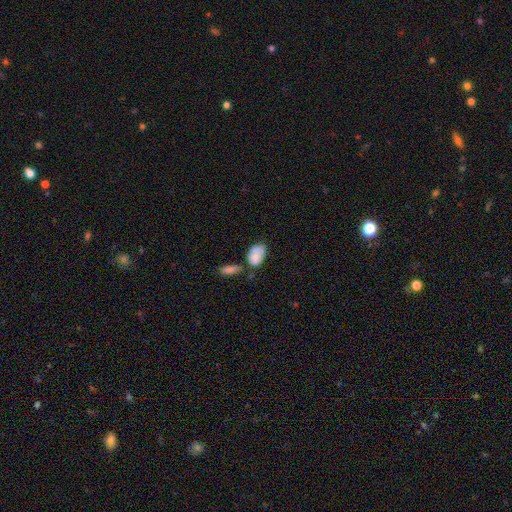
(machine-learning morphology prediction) type=smooth (78%); roundness=in between (89%); merging=none (38%).